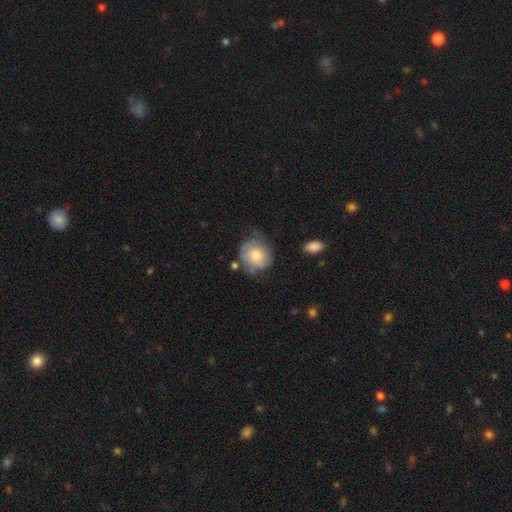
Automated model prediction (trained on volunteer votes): smooth 52%, featured or disk 41%, star or artifact 7%. Down the decision tree: how rounded — round (69%); merging — none (56%).